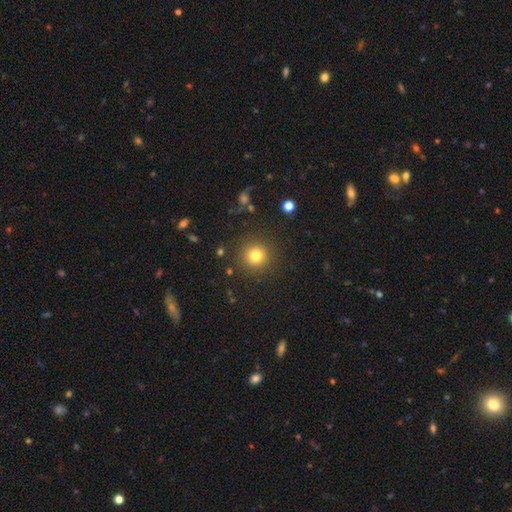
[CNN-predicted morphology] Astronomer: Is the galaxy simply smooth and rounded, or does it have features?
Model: smooth — 79%.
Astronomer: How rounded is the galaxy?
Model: round — 94%.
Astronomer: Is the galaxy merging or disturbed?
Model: none — 89%.